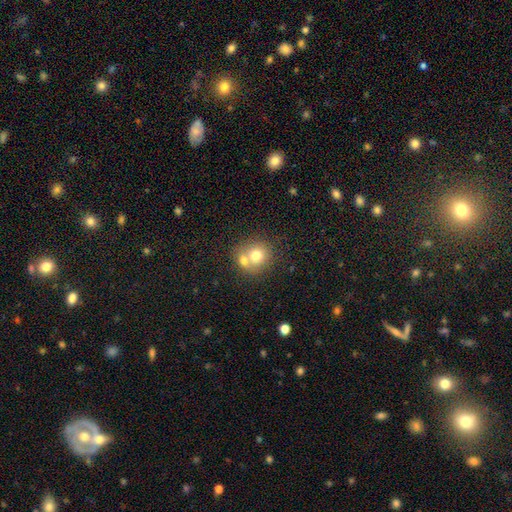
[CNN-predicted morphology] Smooth or featured: smooth — 70% (featured or disk — 19%)
How rounded: round — 81% (in between — 18%)
Merging: merger — 52% (none — 38%)